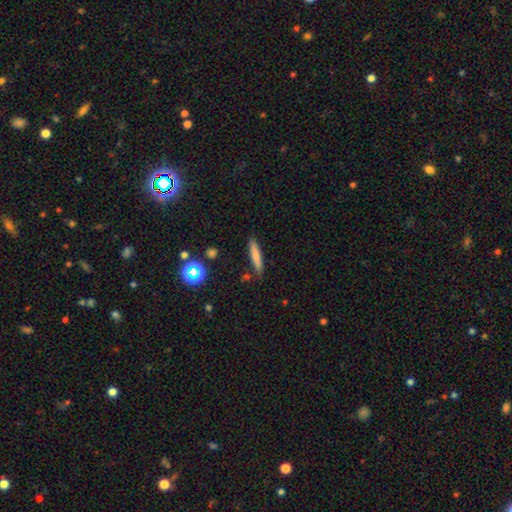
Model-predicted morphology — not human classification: Smooth or featured? smooth (75%)
How rounded? cigar-shaped (88%)
Merging? none (84%)